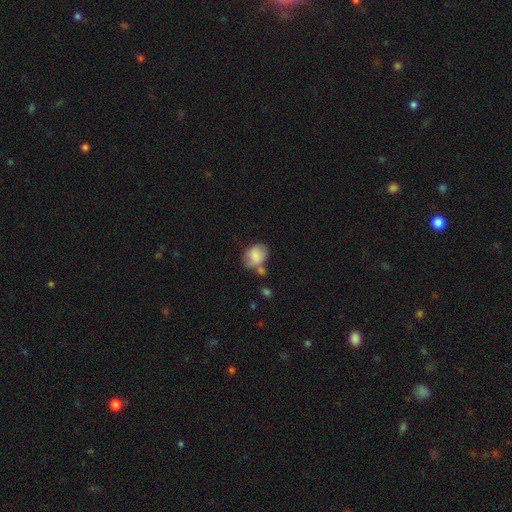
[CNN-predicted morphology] This is likely a smooth galaxy (76%). How rounded: likely in between (63%). Merging: marginally none (43%).